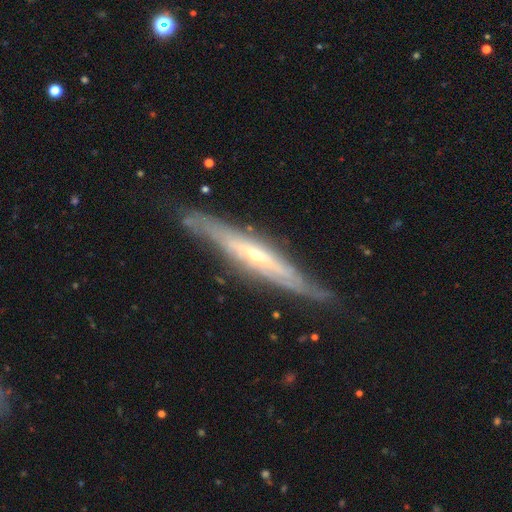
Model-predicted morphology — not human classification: Smooth or featured: featured or disk — 79% (smooth — 15%)
Edge-on disk: yes — 79% (no — 21%)
Edge-on bulge: rounded — 58% (none — 35%)
Merging: none — 77% (minor disturbance — 17%)